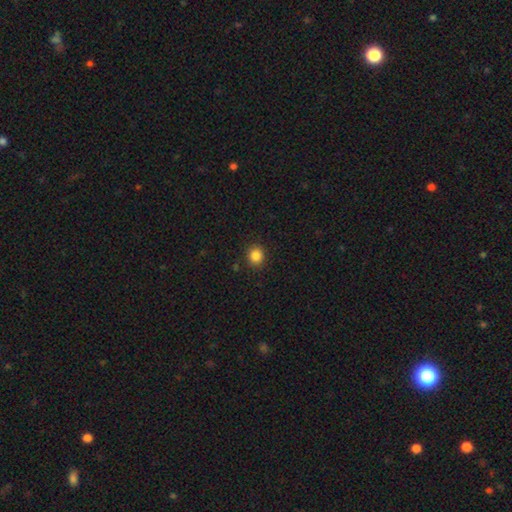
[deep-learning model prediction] Smooth or featured: smooth — 85% (star or artifact — 11%)
How rounded: round — 84% (in between — 15%)
Merging: none — 90% (minor disturbance — 7%)